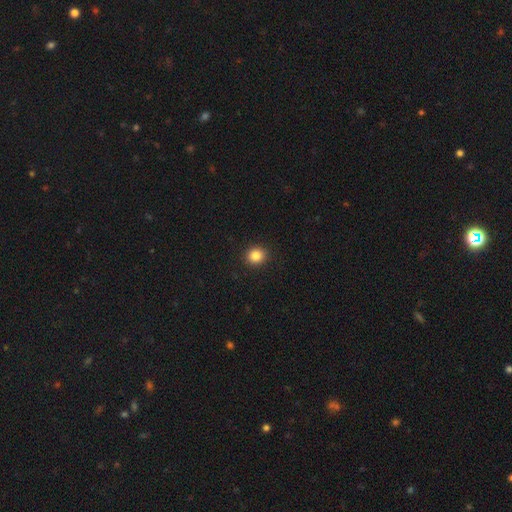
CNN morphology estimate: Smooth or featured? smooth (85%)
How rounded? round (84%)
Merging? none (92%)